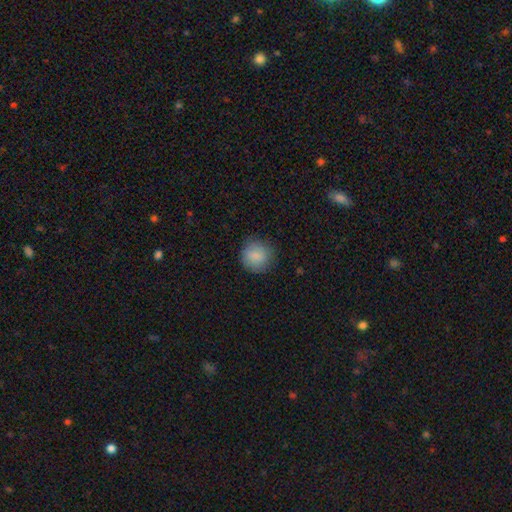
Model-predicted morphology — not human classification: smooth_or_featured: smooth (p=0.86) [alt: star or artifact p=0.08]
how_rounded: round (p=0.89) [alt: in between p=0.10]
merging: none (p=0.84) [alt: minor disturbance p=0.11]